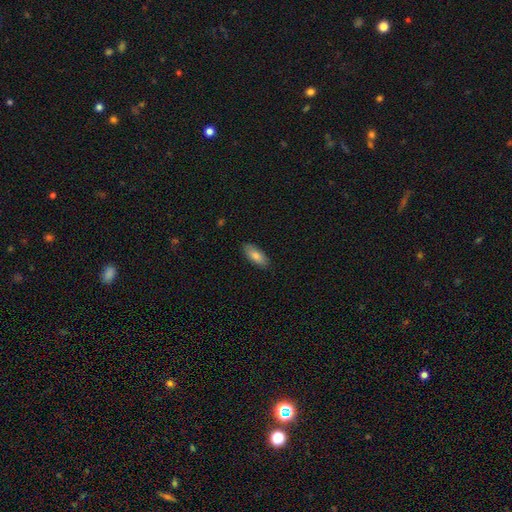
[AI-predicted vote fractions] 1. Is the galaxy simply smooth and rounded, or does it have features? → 82% smooth, 12% featured or disk, 6% star or artifact.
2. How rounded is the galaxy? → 79% in between, 19% cigar-shaped, 2% round.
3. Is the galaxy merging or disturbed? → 88% none, 10% minor disturbance, 2% major disturbance, 1% merger.